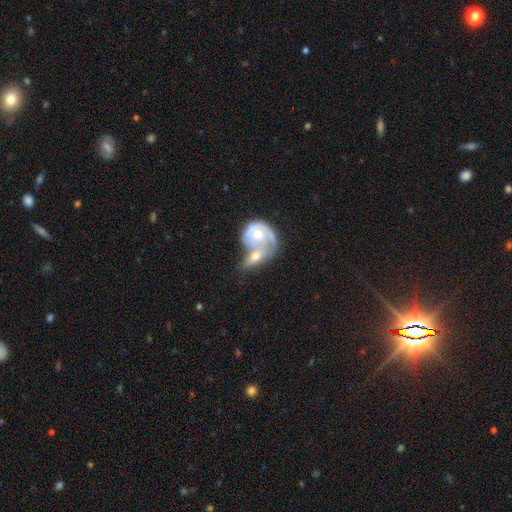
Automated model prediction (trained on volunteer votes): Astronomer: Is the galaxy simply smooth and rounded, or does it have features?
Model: featured or disk — 55% (runner-up: smooth, 40%).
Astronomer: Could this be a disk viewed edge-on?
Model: no — 93%.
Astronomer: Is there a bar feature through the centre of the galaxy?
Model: no — 83%.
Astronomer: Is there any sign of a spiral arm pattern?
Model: no — 55% (runner-up: yes, 45%).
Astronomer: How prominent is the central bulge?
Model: moderate — 58%.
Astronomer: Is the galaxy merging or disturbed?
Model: merger — 69%.